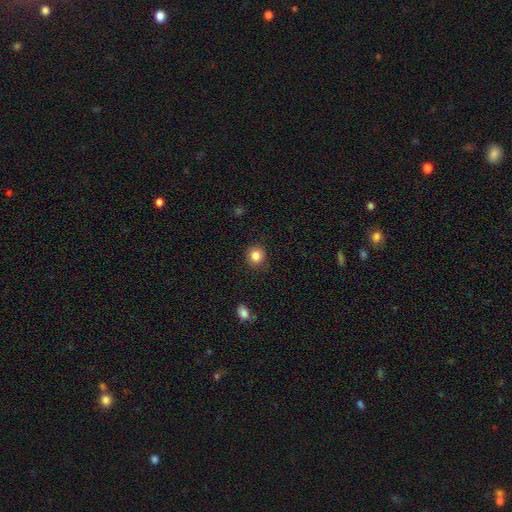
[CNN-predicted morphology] A smooth galaxy with no disk features (85%) that is round (89%). Merging: none (88%).